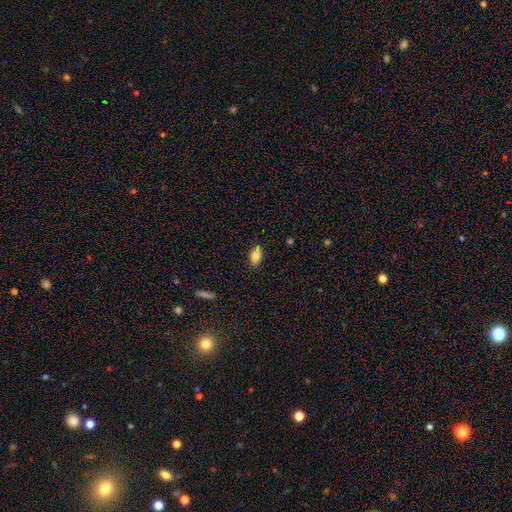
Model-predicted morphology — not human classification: Smooth or featured: smooth — 79% (featured or disk — 12%)
How rounded: in between — 86% (round — 9%)
Merging: none — 72% (minor disturbance — 17%)